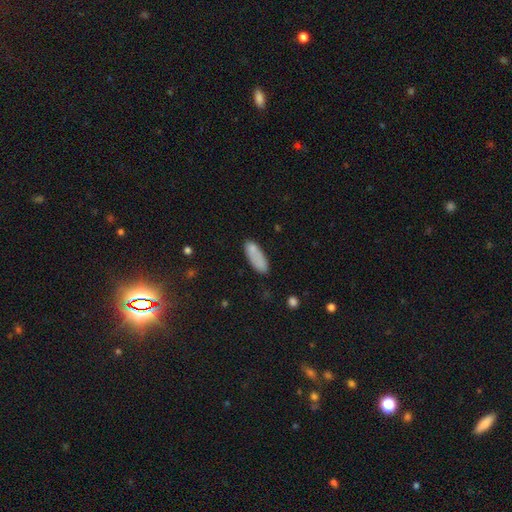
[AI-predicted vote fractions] Smooth or featured? Predicted: smooth (p=0.81). How rounded? Predicted: in between (p=0.67). Merging? Predicted: none (p=0.70).